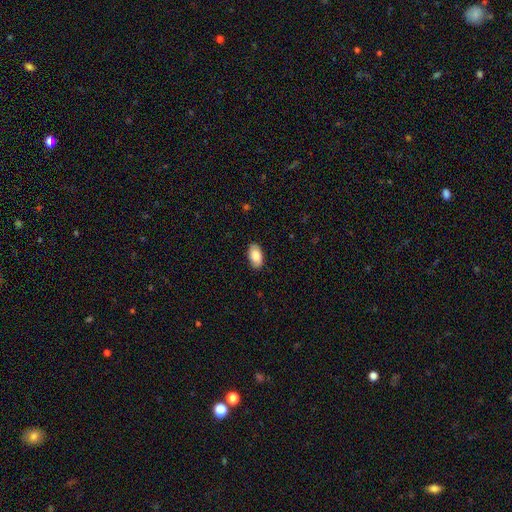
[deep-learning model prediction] smooth 86%, featured or disk 8%, star or artifact 6%. Down the decision tree: how rounded — in between (95%); merging — none (87%).